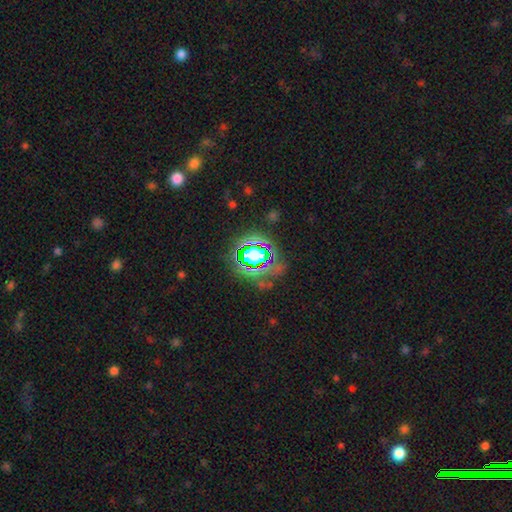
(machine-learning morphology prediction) Smooth or featured? star or artifact (62%)